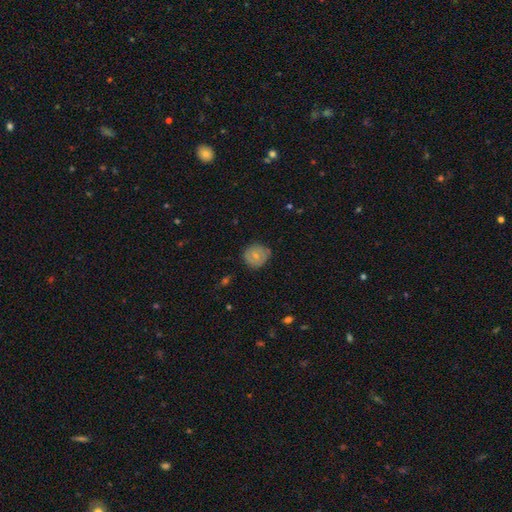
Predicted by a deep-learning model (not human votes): Smooth or featured? smooth (57%)
How rounded? round (85%)
Merging? none (74%)